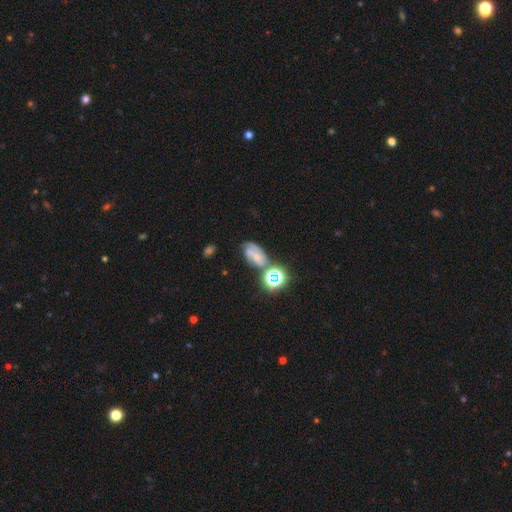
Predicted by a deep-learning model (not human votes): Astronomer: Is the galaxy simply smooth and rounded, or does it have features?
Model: featured or disk — 42% (runner-up: smooth, 33%).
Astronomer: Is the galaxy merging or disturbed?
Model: none — 43% (runner-up: minor disturbance, 24%).